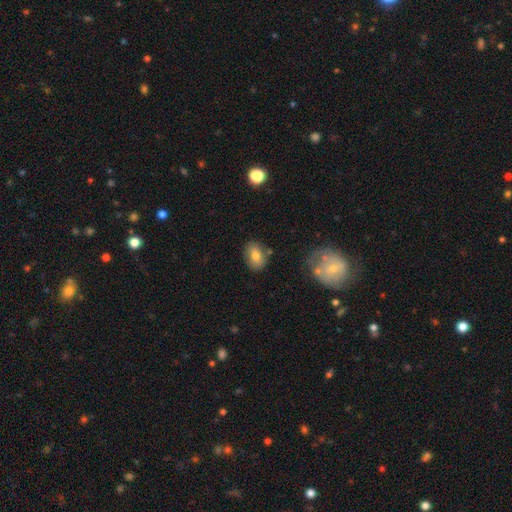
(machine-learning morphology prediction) This is likely a smooth galaxy (75%). How rounded: likely in between (76%). Merging: likely none (78%).